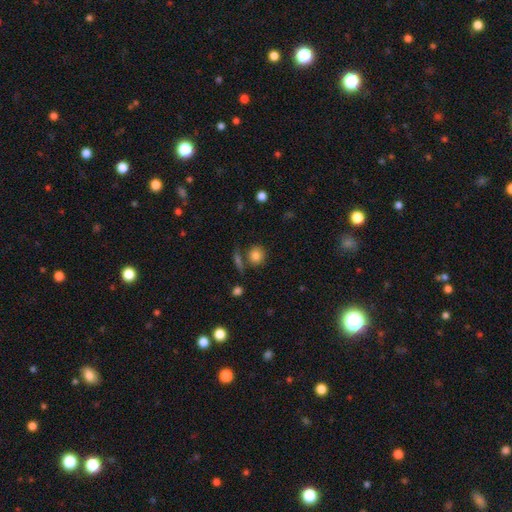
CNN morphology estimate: Q: Smooth or featured?
A: smooth (83%); runner-up: star or artifact (9%)
Q: How rounded?
A: round (83%); runner-up: in between (15%)
Q: Merging?
A: none (72%); runner-up: merger (12%)